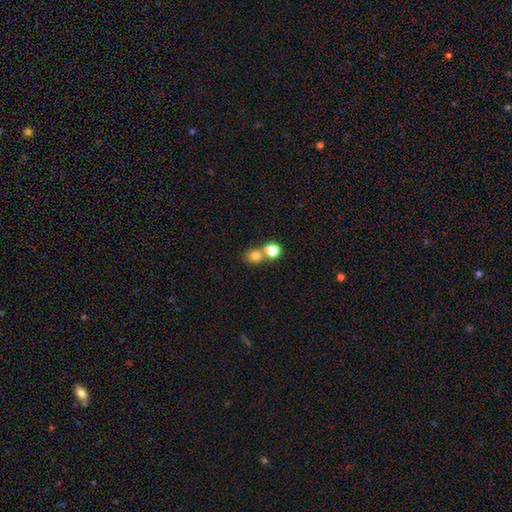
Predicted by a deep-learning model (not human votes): A smooth galaxy with no disk features (77%) that is round (75%).

Vote fractions:
- Smooth or featured? smooth: 77% / star or artifact: 14% / featured or disk: 9%
- How rounded? round: 75% / in between: 24% / cigar-shaped: 1%
- Merging? none: 46% / merger: 45% / minor disturbance: 6% / major disturbance: 3%